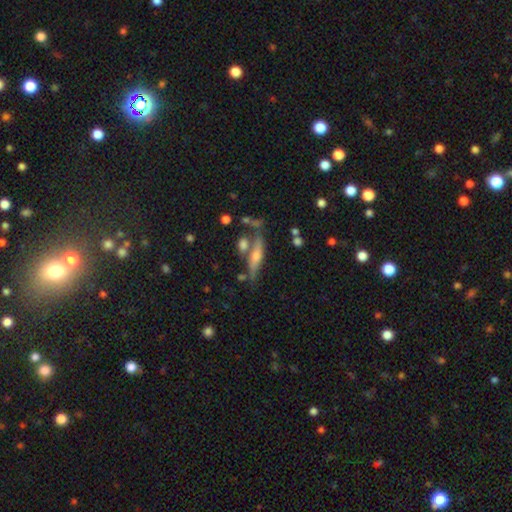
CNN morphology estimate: smooth-or-featured: featured or disk: 57% | smooth: 34% | star or artifact: 9%
  disk-edge-on: yes: 89% | no: 11%
    edge-on-bulge: rounded: 84% | none: 8% | boxy: 7%
  merging: none: 64% | minor disturbance: 15% | merger: 15% | major disturbance: 5%